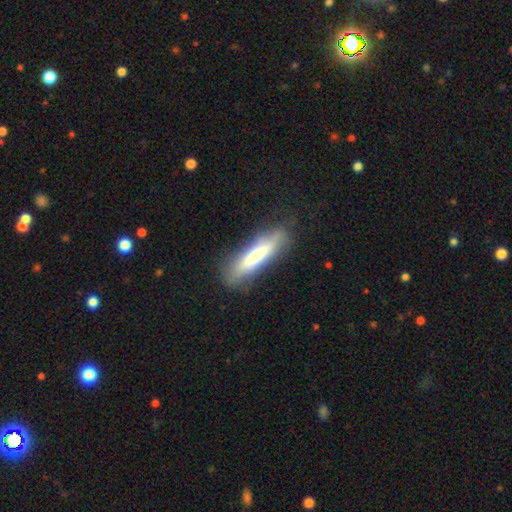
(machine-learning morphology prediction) smooth-or-featured: smooth: 57% | featured or disk: 36% | star or artifact: 7%
  how-rounded: cigar-shaped: 74% | in between: 25% | round: 2%
  merging: none: 79% | minor disturbance: 15% | major disturbance: 5% | merger: 1%